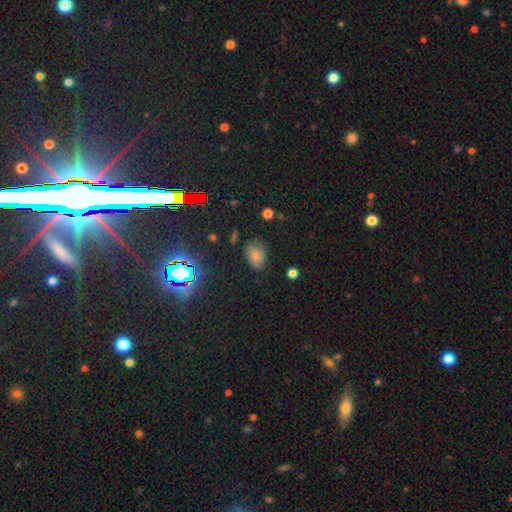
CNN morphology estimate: Q: Smooth or featured?
A: smooth (69%); runner-up: star or artifact (19%)
Q: How rounded?
A: in between (78%); runner-up: round (21%)
Q: Merging?
A: none (72%); runner-up: minor disturbance (21%)